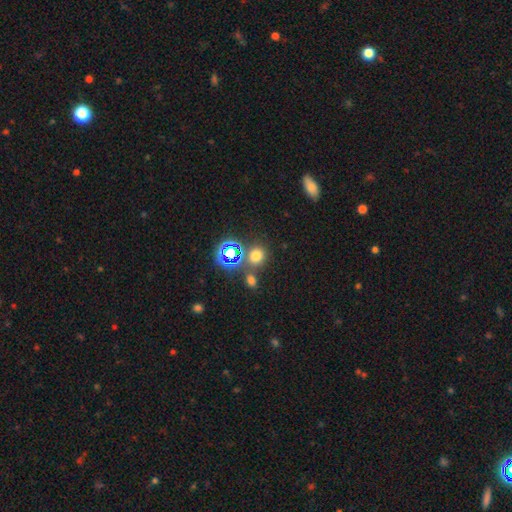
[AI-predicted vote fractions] Smooth or featured: smooth — 62% (star or artifact — 31%)
How rounded: round — 76% (in between — 23%)
Merging: none — 71% (merger — 17%)